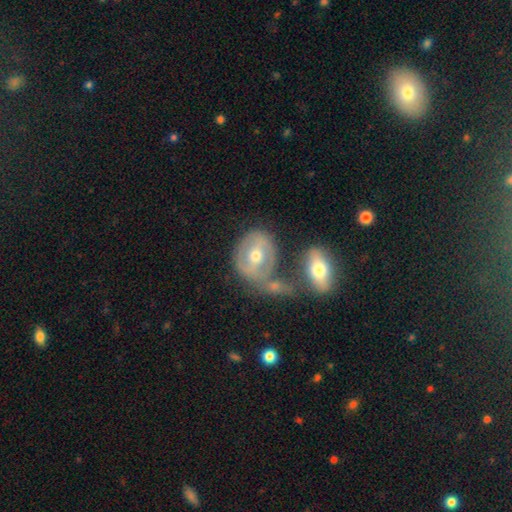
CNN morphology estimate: type=featured or disk (61%); edge-on=no (92%); bar=no (39%, tied with weak); spiral arms=yes (51%); bulge=moderate (70%); merging=none (43%).